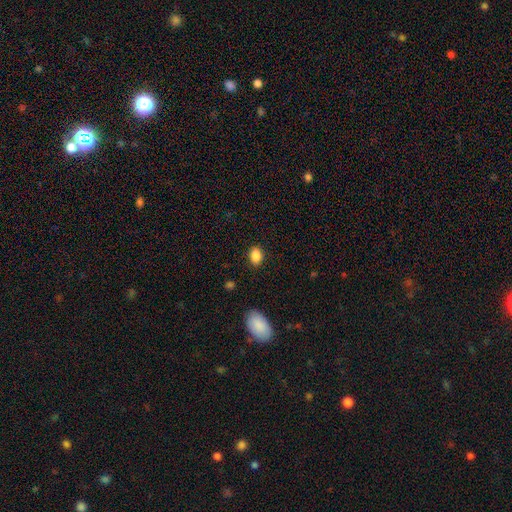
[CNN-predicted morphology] This appears to be a smooth galaxy with no disk features (86%) that is in between round and cigar-shaped (76%). Merging: none (87%).